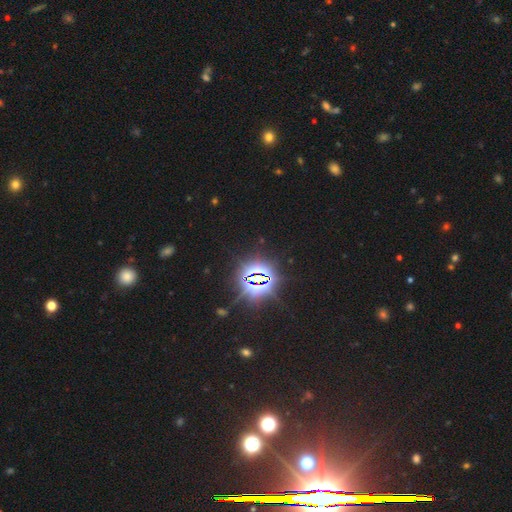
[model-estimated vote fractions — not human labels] Smooth or featured: star or artifact — 82% (smooth — 12%)